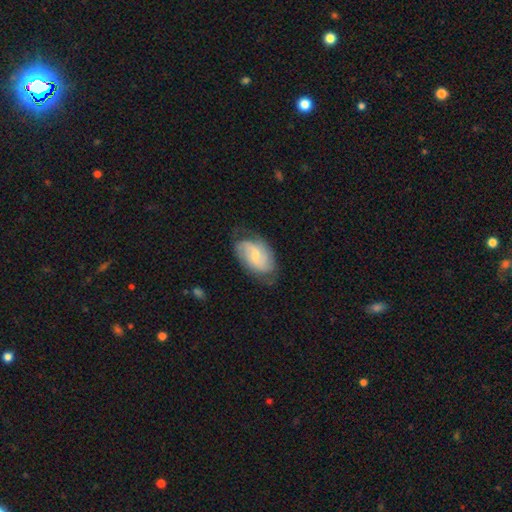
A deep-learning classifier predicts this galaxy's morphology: A featured or disk galaxy (68%) with a weak bar (58%), 2 (66%) medium (45%) spiral arms (90%) and a small central bulge (54%).

Vote fractions:
- Smooth or featured? featured or disk: 68% / smooth: 26% / star or artifact: 6%
- Edge-on disk? no: 96% / yes: 4%
- Bar? weak: 58% / no: 25% / strong: 16%
- Spiral arms? yes: 90% / no: 10%
- Spiral winding? medium: 45% / tight: 31% / loose: 24%
- Spiral arm count? 2: 66% / can't tell: 19% / 3: 7% / 1: 3% / 4: 2% / more than 4: 2%
- Bulge size? small: 54% / moderate: 37% / none: 6% / large: 2% / dominant: 1%
- Merging? none: 66% / minor disturbance: 24% / major disturbance: 9% / merger: 1%